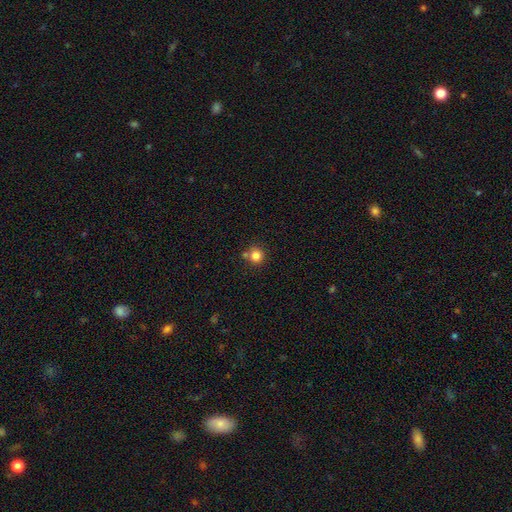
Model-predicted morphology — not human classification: Smooth or featured?
  - smooth: 83% *
  - star or artifact: 12%
  - featured or disk: 6%
How rounded?
  - round: 92% *
  - in between: 8%
  - cigar-shaped: 1%
Merging?
  - none: 69% *
  - merger: 17%
  - minor disturbance: 10%
  - major disturbance: 3%